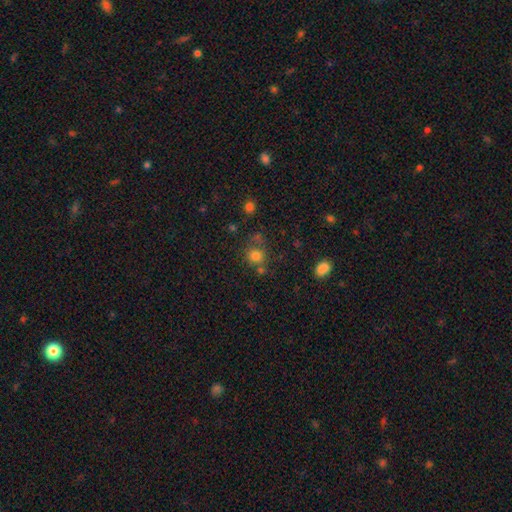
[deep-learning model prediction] smooth 77%, star or artifact 15%, featured or disk 8%. Down the decision tree: how rounded — round (84%); merging — none (63%).